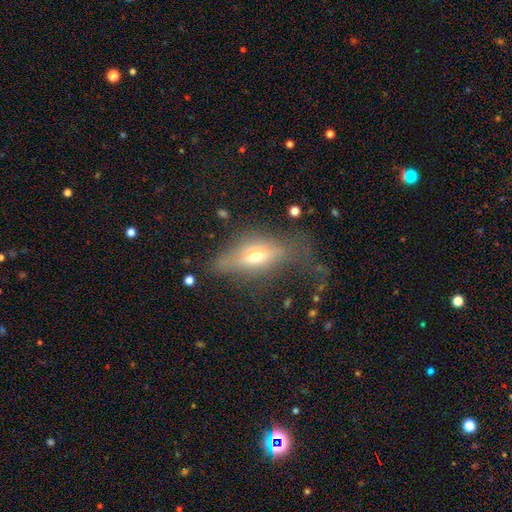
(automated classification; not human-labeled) This appears to be a featured or disk galaxy (45%). Merging: none (44%).